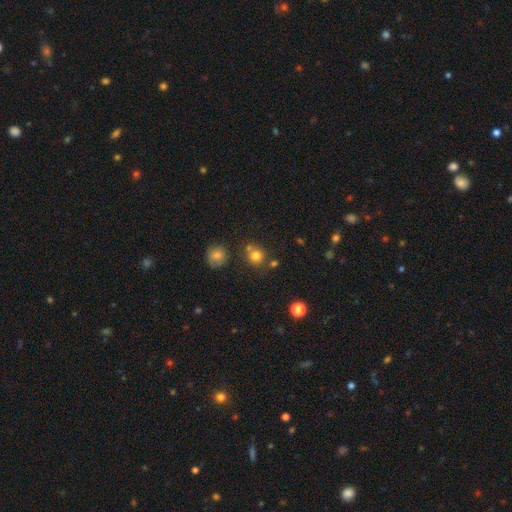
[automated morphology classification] Q: Smooth or featured?
A: smooth (77%); runner-up: star or artifact (15%)
Q: How rounded?
A: round (89%); runner-up: in between (10%)
Q: Merging?
A: none (68%); runner-up: merger (18%)